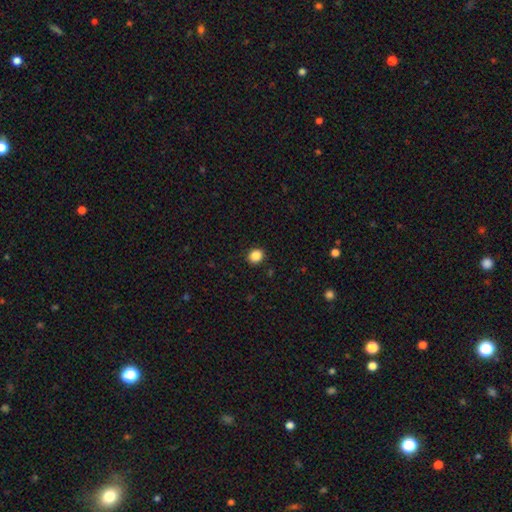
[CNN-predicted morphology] This appears to be a smooth galaxy with no disk features (87%) that is round (72%). Merging: none (91%).